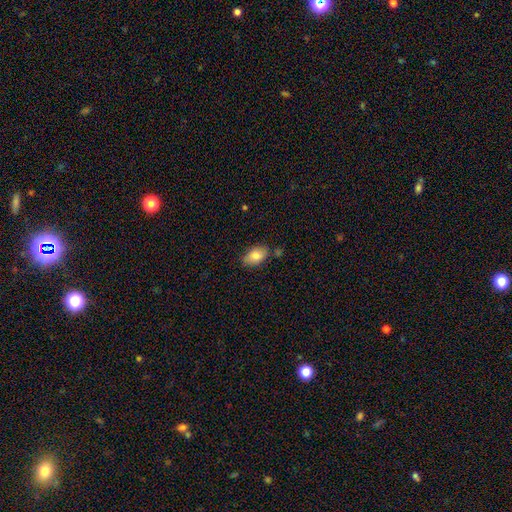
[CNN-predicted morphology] Smooth or featured: smooth — 82% (featured or disk — 10%)
How rounded: in between — 90% (round — 8%)
Merging: none — 77% (minor disturbance — 15%)